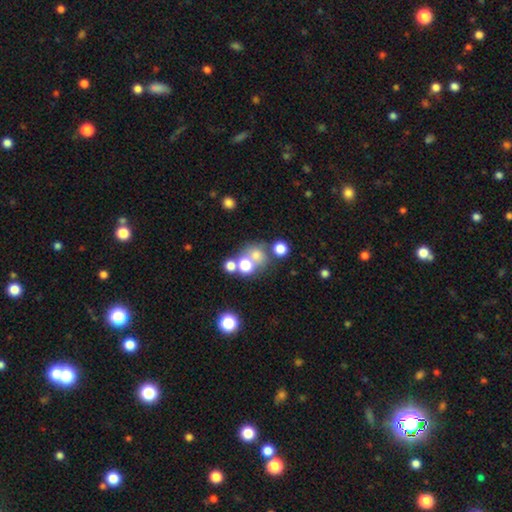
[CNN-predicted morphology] This appears to be a smooth galaxy with no disk features (64%) that is round (82%). Merging: none (51%).